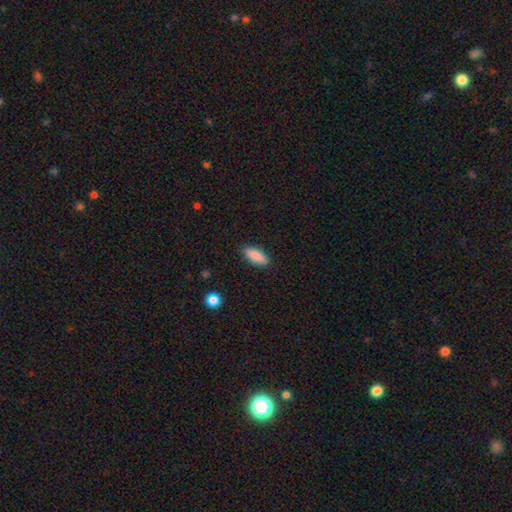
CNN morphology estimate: This is clearly a smooth galaxy (86%). How rounded: likely in between (66%). Merging: clearly none (87%).